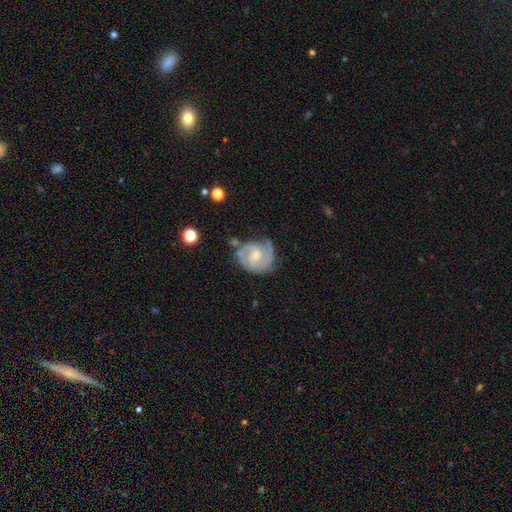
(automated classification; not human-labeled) Smooth or featured? Predicted: featured or disk (p=0.76). Edge-on disk? Predicted: no (p=0.98). Bar? Predicted: no (p=0.47). Spiral arms? Predicted: yes (p=0.91). Spiral winding? Predicted: tight (p=0.47). Spiral arm count? Predicted: 2 (p=0.55). Bulge size? Predicted: moderate (p=0.47). Merging? Predicted: none (p=0.56).